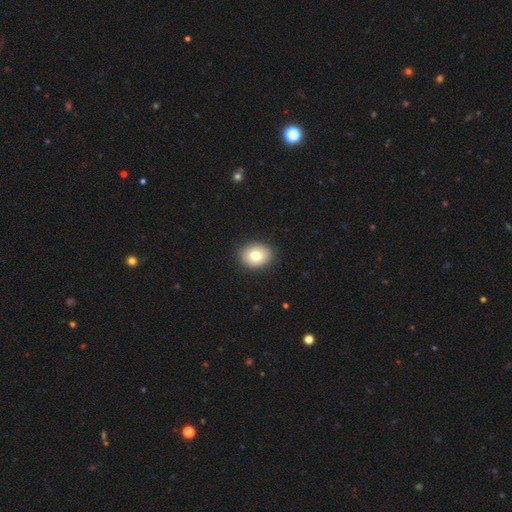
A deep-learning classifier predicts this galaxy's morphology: Smooth or featured? Predicted: smooth (p=0.78). How rounded? Predicted: in between (p=0.53). Merging? Predicted: none (p=0.90).